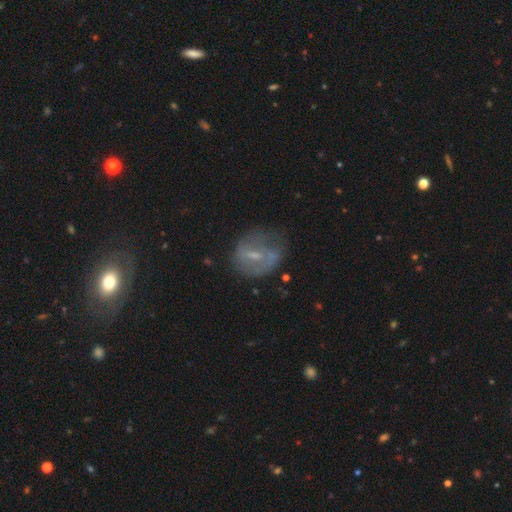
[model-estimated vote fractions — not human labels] Smooth or featured? featured or disk (55%)
Edge-on disk? no (94%)
Bar? weak (48%)
Spiral arms? no (52%)
Bulge size? small (58%)
Merging? none (52%)